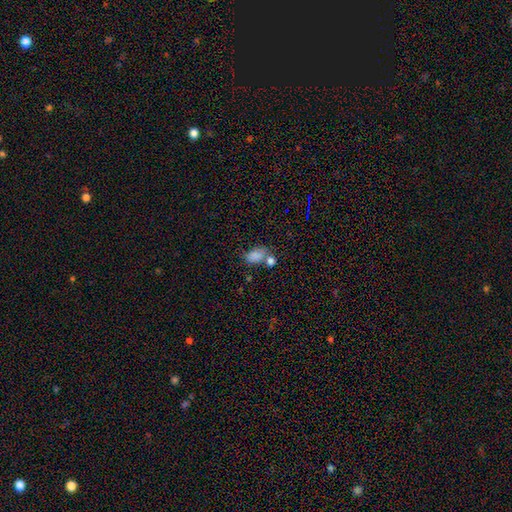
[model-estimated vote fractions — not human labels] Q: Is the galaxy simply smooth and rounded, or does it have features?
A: smooth — 80%.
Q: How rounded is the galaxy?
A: in between — 85%.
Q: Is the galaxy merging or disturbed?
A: none — 43%.